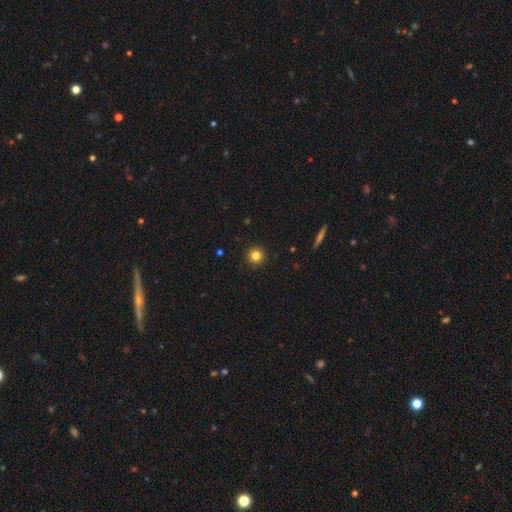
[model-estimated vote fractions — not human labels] Smooth or featured? smooth (82%)
How rounded? round (96%)
Merging? none (93%)